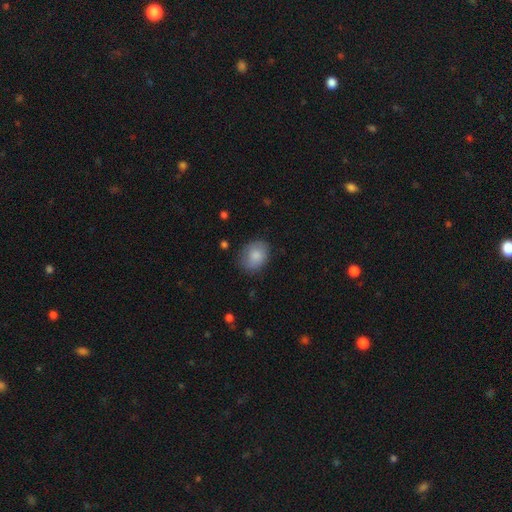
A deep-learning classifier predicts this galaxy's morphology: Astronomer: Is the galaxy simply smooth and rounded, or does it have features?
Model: smooth — 83%.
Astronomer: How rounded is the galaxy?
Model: in between — 56% (runner-up: round, 43%).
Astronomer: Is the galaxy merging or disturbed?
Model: none — 72%.